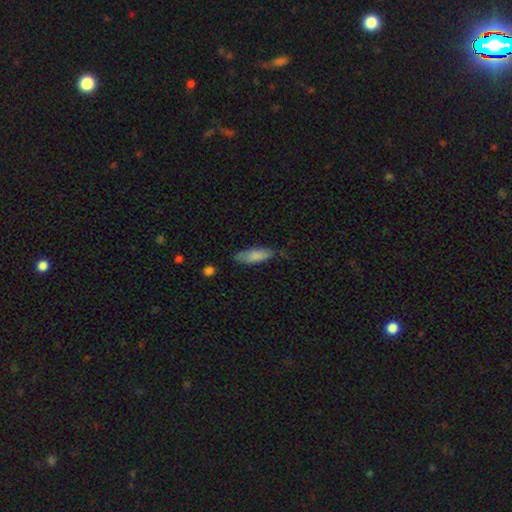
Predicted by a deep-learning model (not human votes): The model was most divided on "how rounded": in between: 60%, cigar-shaped: 38%, round: 2%. More confident: smooth or featured — smooth (82%); merging — none (68%).